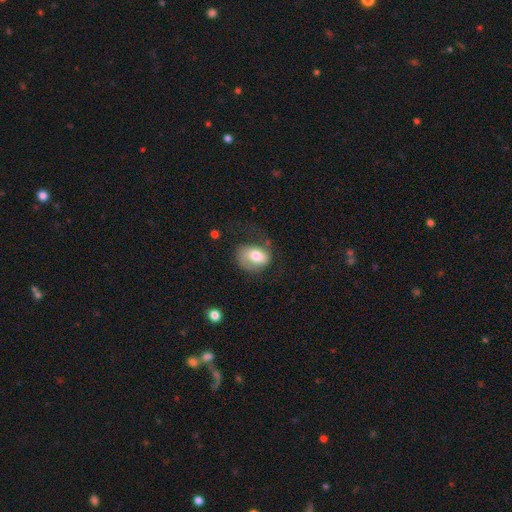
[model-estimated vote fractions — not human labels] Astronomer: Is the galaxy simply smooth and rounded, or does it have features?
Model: smooth — 61%.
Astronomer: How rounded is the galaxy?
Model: in between — 72%.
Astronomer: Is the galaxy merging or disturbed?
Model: none — 43% (runner-up: major disturbance, 28%).